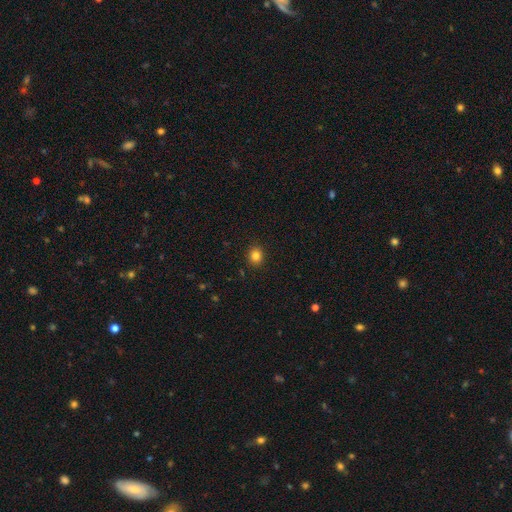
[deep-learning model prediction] Q: Smooth or featured?
A: smooth (83%); runner-up: star or artifact (12%)
Q: How rounded?
A: round (72%); runner-up: in between (27%)
Q: Merging?
A: none (90%); runner-up: minor disturbance (7%)